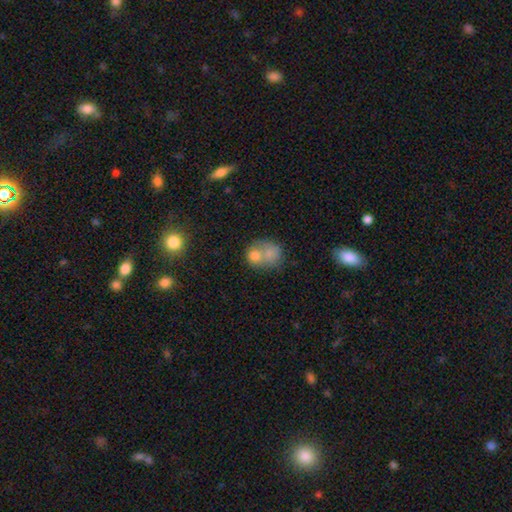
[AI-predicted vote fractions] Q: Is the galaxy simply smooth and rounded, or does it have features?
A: smooth — 75%.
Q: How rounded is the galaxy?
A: round — 64%.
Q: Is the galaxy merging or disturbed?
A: merger — 62%.